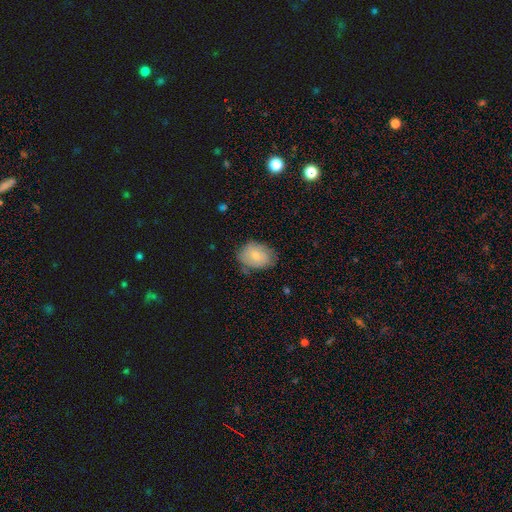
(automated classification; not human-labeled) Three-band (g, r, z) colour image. It shows a smooth galaxy with no disk features (69%) that is in between round and cigar-shaped (69%). Merging: none (71%).